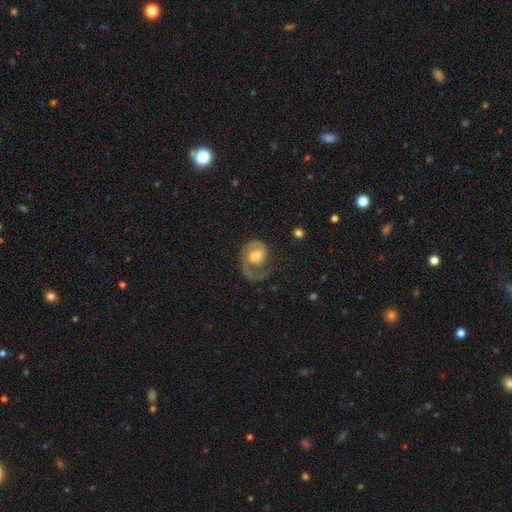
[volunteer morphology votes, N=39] A featured or disk galaxy (92%) with no bar (58%), 2 (51%) tight (43%) spiral arms (97%) and a large central bulge (42%, tied with moderate). Merging: none (49%).